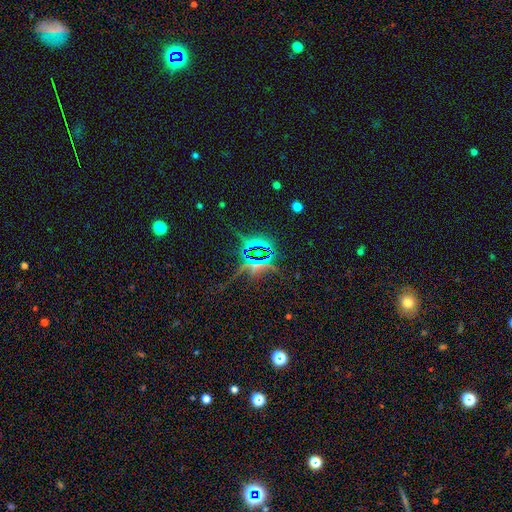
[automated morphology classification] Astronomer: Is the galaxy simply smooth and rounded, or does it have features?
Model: star or artifact — 80%.